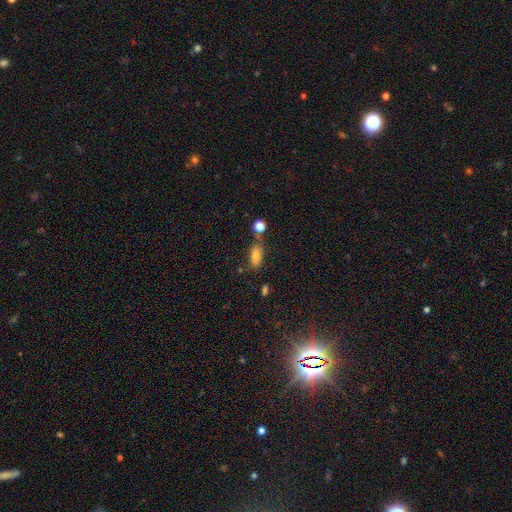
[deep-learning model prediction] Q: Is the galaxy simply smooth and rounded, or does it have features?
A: smooth — 78%.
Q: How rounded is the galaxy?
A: in between — 82%.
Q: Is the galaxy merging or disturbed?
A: none — 70%.